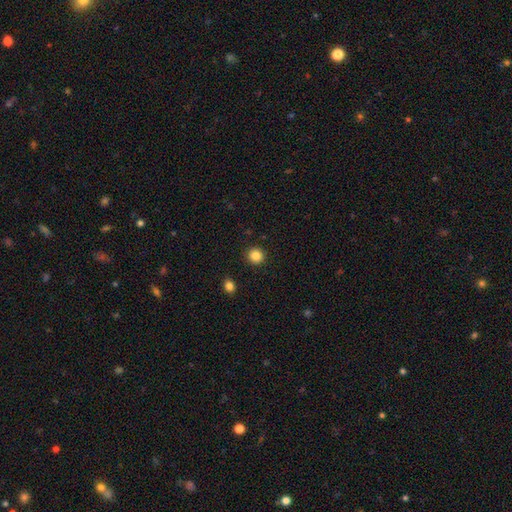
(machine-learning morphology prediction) A smooth galaxy with no disk features (85%) that is round (93%). Merging: none (92%).